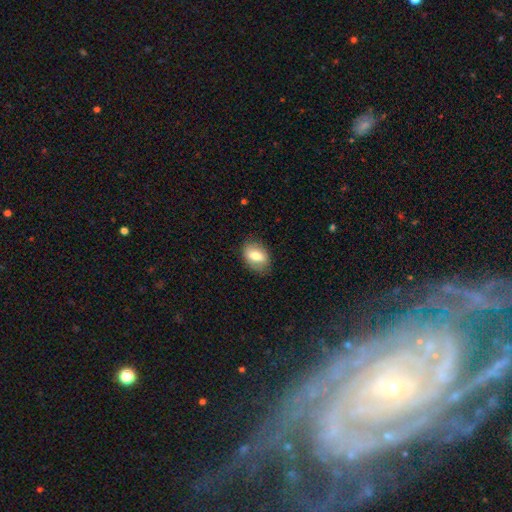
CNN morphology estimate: Q: Smooth or featured?
A: smooth (71%); runner-up: featured or disk (22%)
Q: How rounded?
A: in between (80%); runner-up: round (19%)
Q: Merging?
A: none (81%); runner-up: minor disturbance (14%)